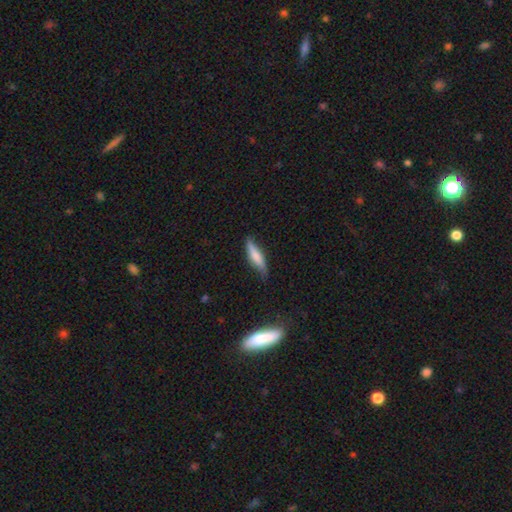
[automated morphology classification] Q: Smooth or featured?
A: smooth (69%); runner-up: featured or disk (25%)
Q: How rounded?
A: cigar-shaped (76%); runner-up: in between (22%)
Q: Merging?
A: none (67%); runner-up: minor disturbance (27%)